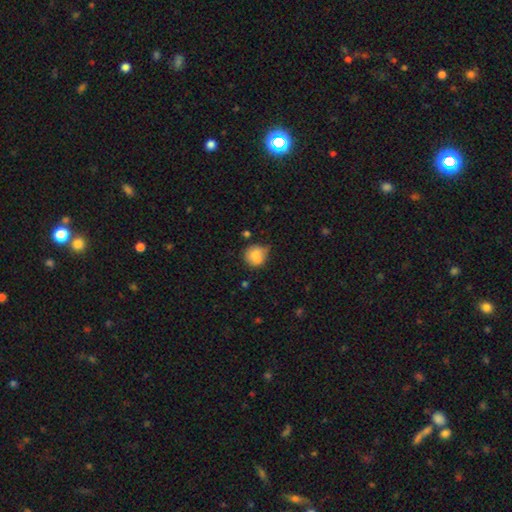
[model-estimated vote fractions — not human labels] Smooth or featured? smooth (78%)
How rounded? round (80%)
Merging? none (46%)